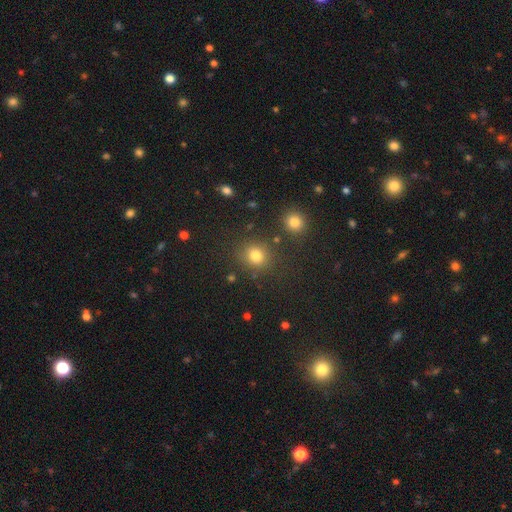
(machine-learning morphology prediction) This is likely a smooth galaxy (79%). How rounded: clearly round (80%). Merging: clearly none (81%).